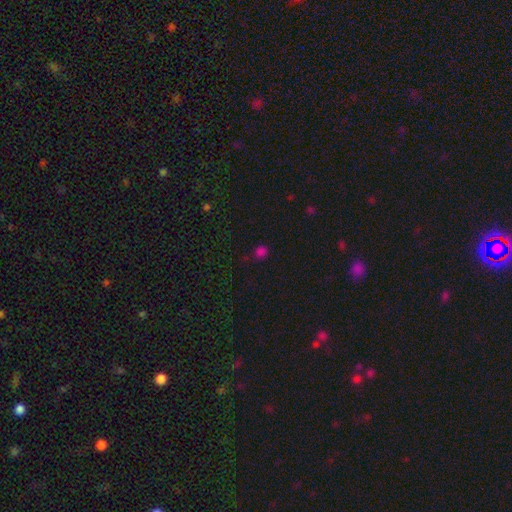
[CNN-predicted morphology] A star or artifact, not a galaxy (52%).

Vote fractions:
- Smooth or featured? star or artifact: 52% / smooth: 42% / featured or disk: 6%